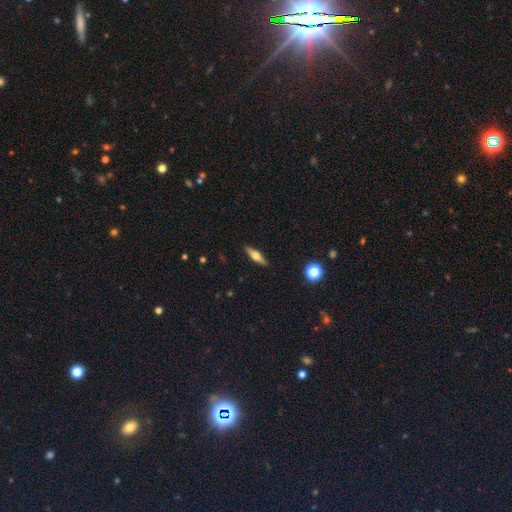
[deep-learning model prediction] Smooth or featured?
  - featured or disk: 54% *
  - smooth: 40%
  - star or artifact: 7%
Edge-on disk?
  - yes: 95% *
  - no: 5%
Edge-on bulge?
  - rounded: 92% *
  - boxy: 5%
  - none: 3%
Merging?
  - none: 90% *
  - minor disturbance: 7%
  - major disturbance: 2%
  - merger: 1%